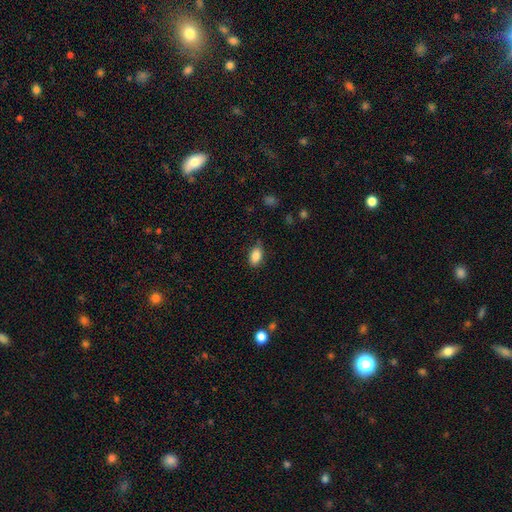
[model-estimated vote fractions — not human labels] This is clearly a smooth galaxy (86%). How rounded: clearly in between (90%). Merging: likely none (75%).